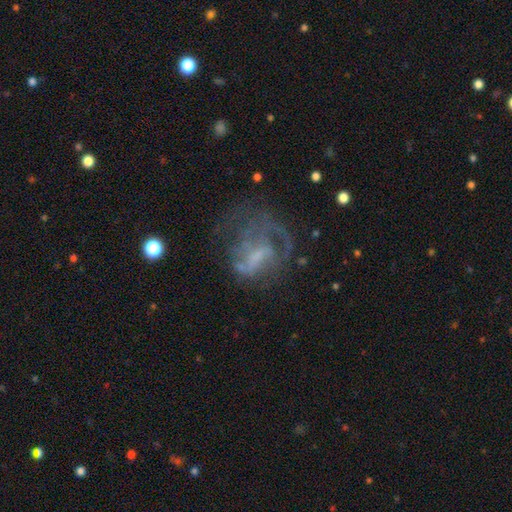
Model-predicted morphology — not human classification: Smooth or featured?
  - featured or disk: 65% *
  - smooth: 21%
  - star or artifact: 14%
Edge-on disk?
  - no: 97% *
  - yes: 3%
Bar?
  - no: 51% *
  - weak: 36%
  - strong: 13%
Spiral arms?
  - no: 50% * (tied)
  - yes: 50% * (tied)
Bulge size?
  - none: 48% *
  - small: 28%
  - moderate: 20%
  - large: 4%
  - dominant: 1%
Merging?
  - major disturbance: 43% *
  - none: 34%
  - minor disturbance: 18%
  - merger: 4%